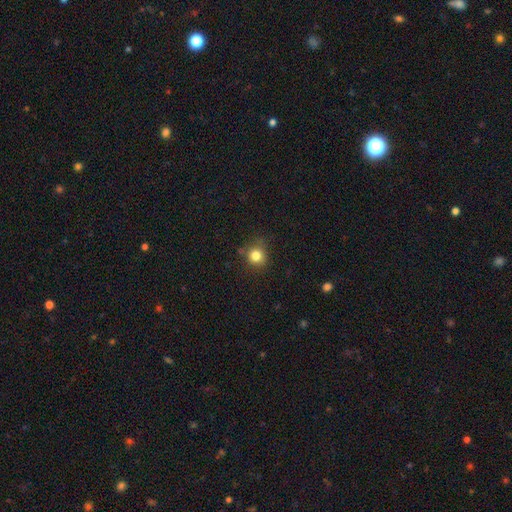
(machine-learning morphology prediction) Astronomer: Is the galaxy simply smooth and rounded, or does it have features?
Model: smooth — 81%.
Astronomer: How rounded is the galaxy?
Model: round — 89%.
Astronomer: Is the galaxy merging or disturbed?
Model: none — 78%.